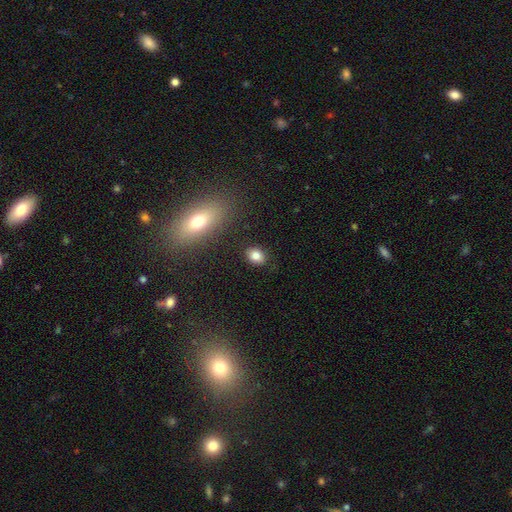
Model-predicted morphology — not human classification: smooth-or-featured: smooth: 82% | star or artifact: 10% | featured or disk: 8%
  how-rounded: in between: 59% | round: 40% | cigar-shaped: 1%
  merging: none: 88% | minor disturbance: 8% | major disturbance: 2% | merger: 2%